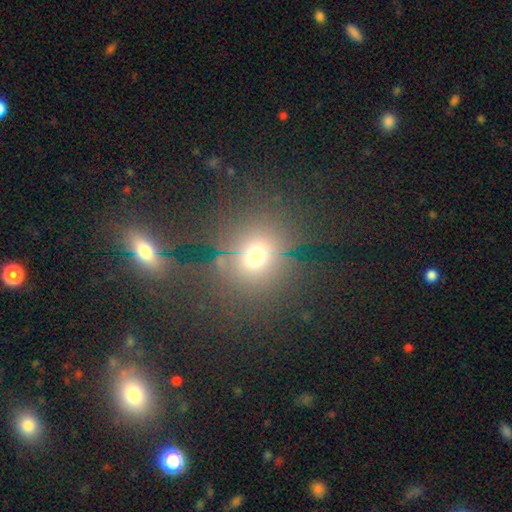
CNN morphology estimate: smooth 62%, star or artifact 24%, featured or disk 14%. Down the decision tree: how rounded — round (78%); merging — none (64%).